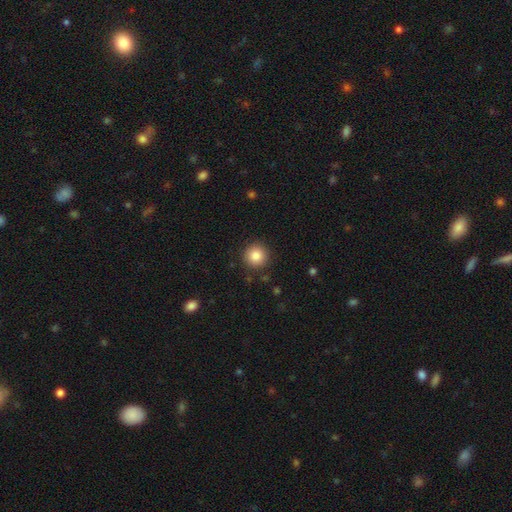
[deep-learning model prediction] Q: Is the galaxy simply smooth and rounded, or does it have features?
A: smooth — 85%.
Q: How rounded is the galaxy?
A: round — 95%.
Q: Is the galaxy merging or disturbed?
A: none — 90%.